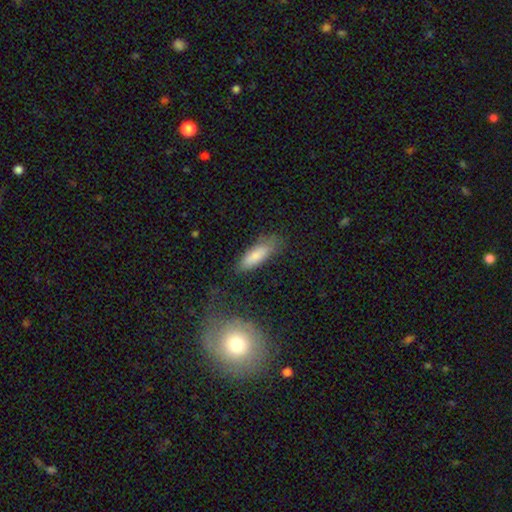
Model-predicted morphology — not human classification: smooth-or-featured: smooth: 81% | featured or disk: 12% | star or artifact: 7%
  how-rounded: in between: 58% | cigar-shaped: 40% | round: 2%
  merging: none: 70% | minor disturbance: 21% | major disturbance: 7% | merger: 3%